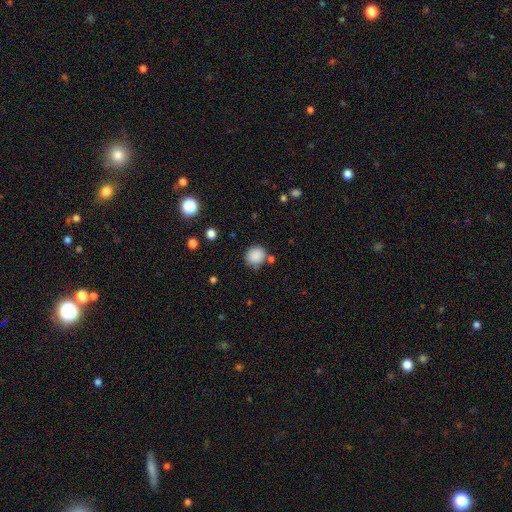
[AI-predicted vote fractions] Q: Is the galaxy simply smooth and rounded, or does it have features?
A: smooth — 87%.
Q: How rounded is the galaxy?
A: round — 84%.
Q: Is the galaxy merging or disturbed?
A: none — 77%.